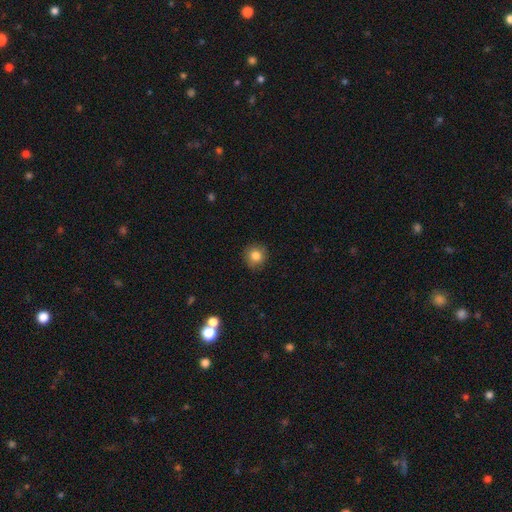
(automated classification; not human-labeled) Smooth or featured?
  - smooth: 83% *
  - star or artifact: 10%
  - featured or disk: 7%
How rounded?
  - round: 89% *
  - in between: 10%
  - cigar-shaped: 1%
Merging?
  - none: 88% *
  - minor disturbance: 9%
  - major disturbance: 2%
  - merger: 1%